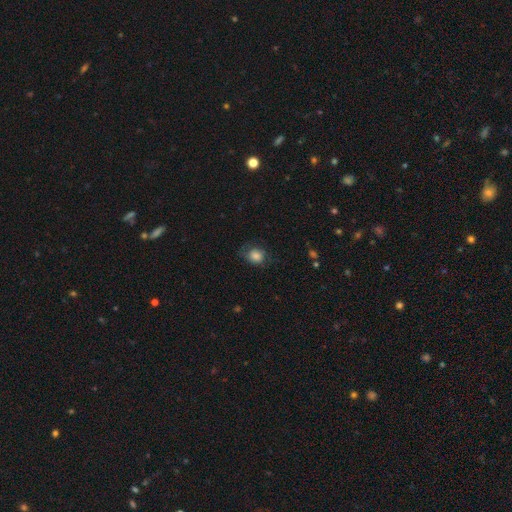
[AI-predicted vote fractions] Smooth or featured: smooth — 78% (featured or disk — 12%)
How rounded: round — 58% (in between — 41%)
Merging: none — 60% (minor disturbance — 25%)